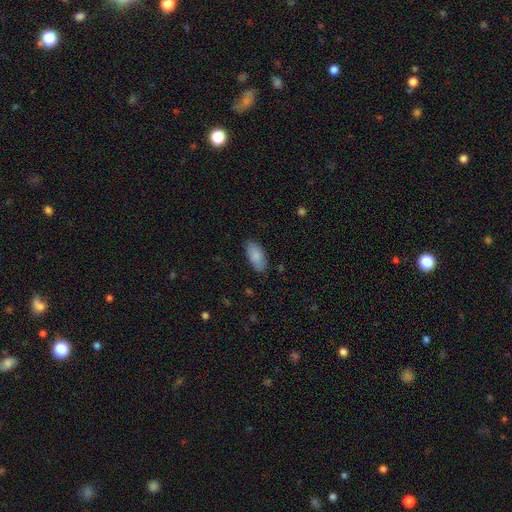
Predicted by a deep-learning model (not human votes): This is clearly a smooth galaxy (87%). How rounded: clearly in between (92%). Merging: clearly none (83%).